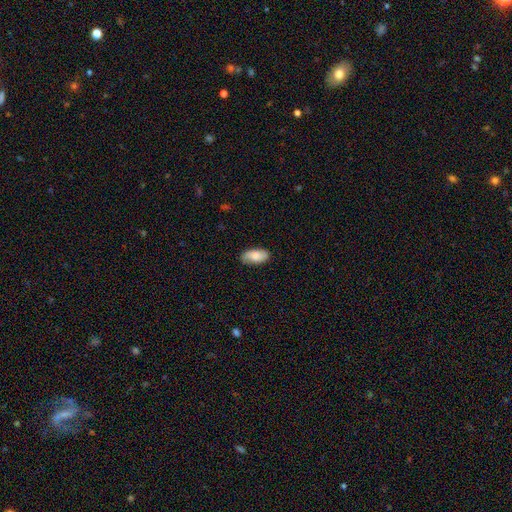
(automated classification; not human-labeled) Smooth or featured? smooth (76%)
How rounded? in between (92%)
Merging? none (82%)